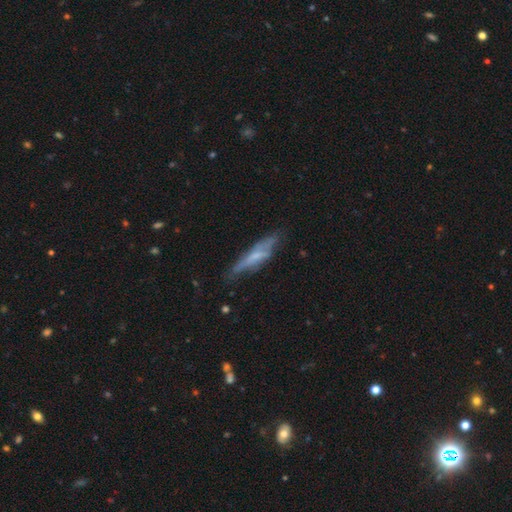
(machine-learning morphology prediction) type=featured or disk (51%); edge-on=yes (75%); merging=none (61%).